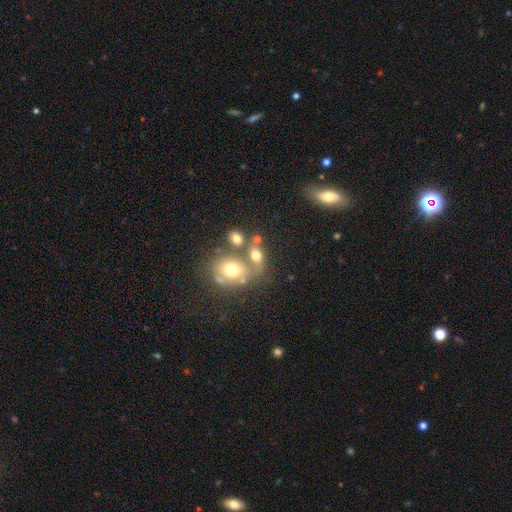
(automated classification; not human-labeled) Morphology: type=smooth (64%); roundness=in between (60%); merging=none (41%).